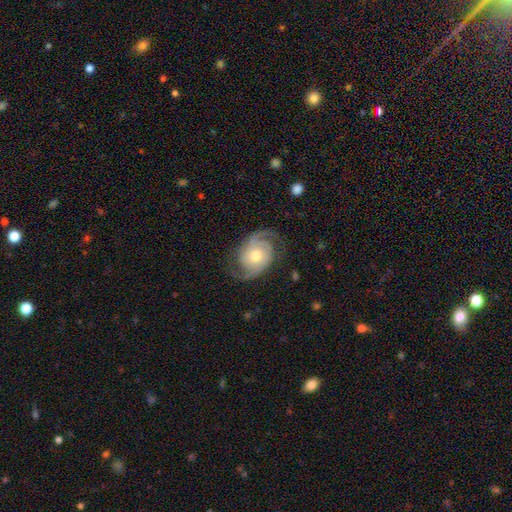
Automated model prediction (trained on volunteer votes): Smooth or featured?
  - featured or disk: 89% *
  - smooth: 6%
  - star or artifact: 5%
Edge-on disk?
  - no: 97% *
  - yes: 3%
Bar?
  - no: 73% *
  - weak: 21%
  - strong: 5%
Spiral arms?
  - yes: 97% *
  - no: 3%
Spiral winding?
  - medium: 48% *
  - tight: 33%
  - loose: 19%
Spiral arm count?
  - 2: 90% *
  - can't tell: 3%
  - 3: 3%
  - 1: 2%
  - 4: 1%
  - more than 4: 1%
Bulge size?
  - moderate: 68% *
  - small: 25%
  - large: 5%
  - none: 1%
  - dominant: 1%
Merging?
  - none: 76% *
  - minor disturbance: 15%
  - major disturbance: 7%
  - merger: 1%